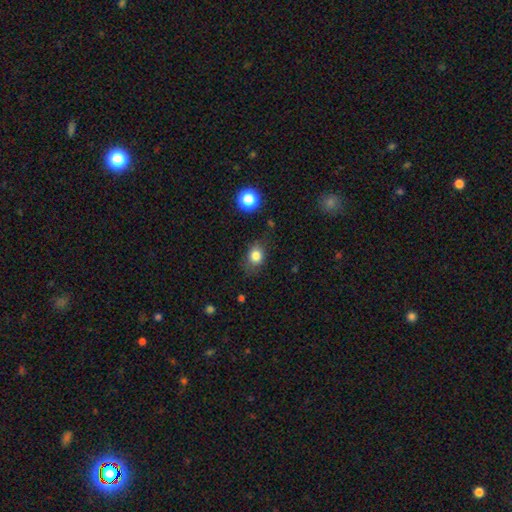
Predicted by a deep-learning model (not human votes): Smooth or featured?
  - smooth: 82% *
  - star or artifact: 11%
  - featured or disk: 7%
How rounded?
  - round: 53% *
  - in between: 45%
  - cigar-shaped: 1%
Merging?
  - none: 71% *
  - minor disturbance: 21%
  - major disturbance: 7%
  - merger: 2%